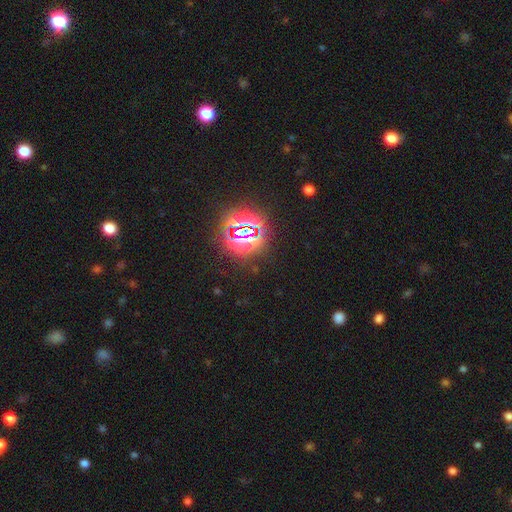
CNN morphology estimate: This is clearly a star or artifact rather than a galaxy (85%).